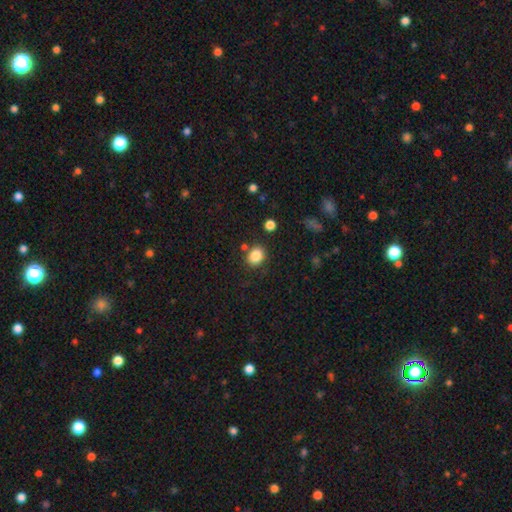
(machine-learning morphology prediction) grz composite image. It shows a smooth galaxy with no disk features (85%) that is round (59%). Merging: none (78%).